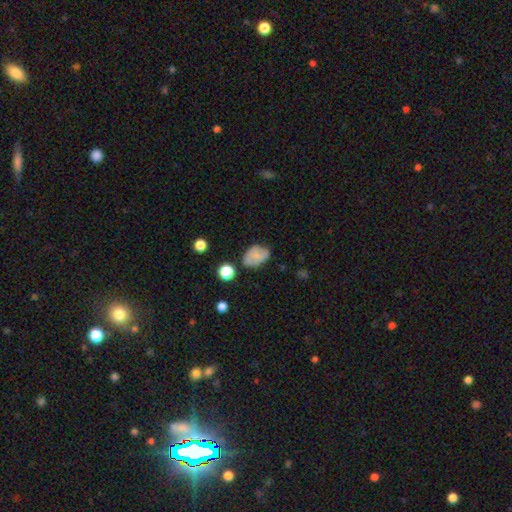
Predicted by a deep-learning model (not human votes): Smooth or featured?
  - smooth: 69% *
  - featured or disk: 20%
  - star or artifact: 11%
How rounded?
  - in between: 80% *
  - round: 19%
  - cigar-shaped: 1%
Merging?
  - none: 62% *
  - minor disturbance: 26%
  - major disturbance: 7%
  - merger: 5%